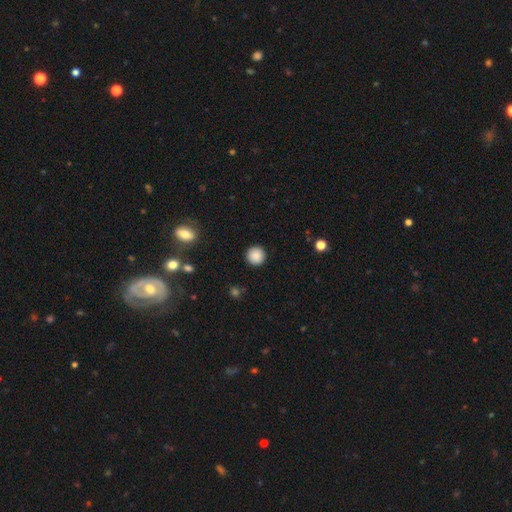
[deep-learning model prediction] Morphology: type=smooth (88%); roundness=round (95%); merging=none (92%).